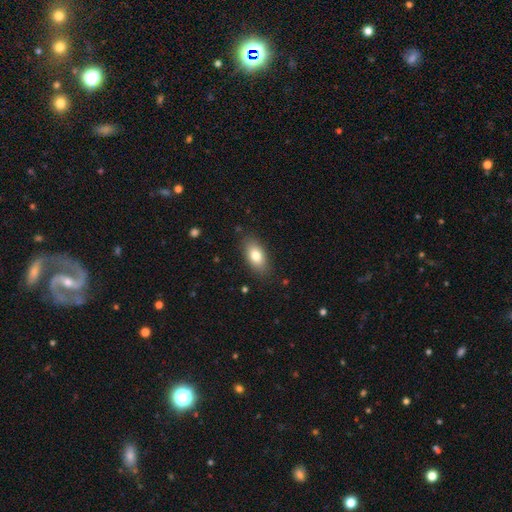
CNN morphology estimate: Overall: smooth (78%). How rounded: in between (89%). Merging: none (85%).